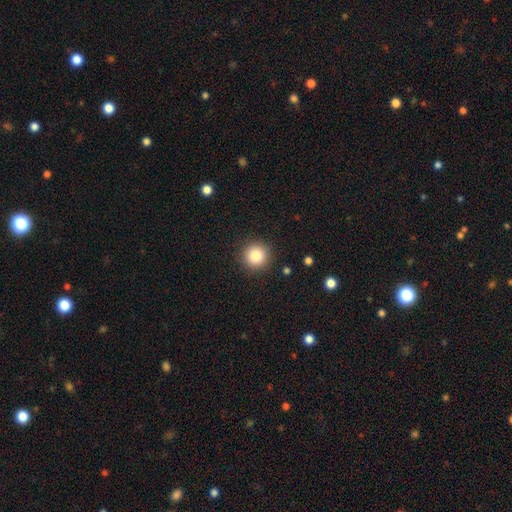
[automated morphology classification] This is clearly a smooth galaxy (84%). How rounded: clearly round (95%). Merging: clearly none (91%).